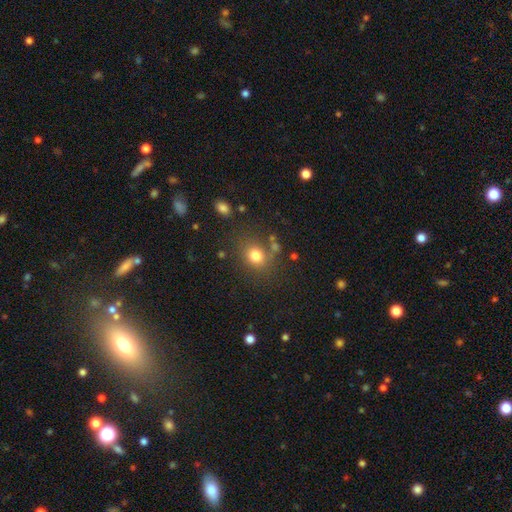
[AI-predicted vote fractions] Morphology: type=smooth (78%); roundness=round (70%); merging=none (75%).